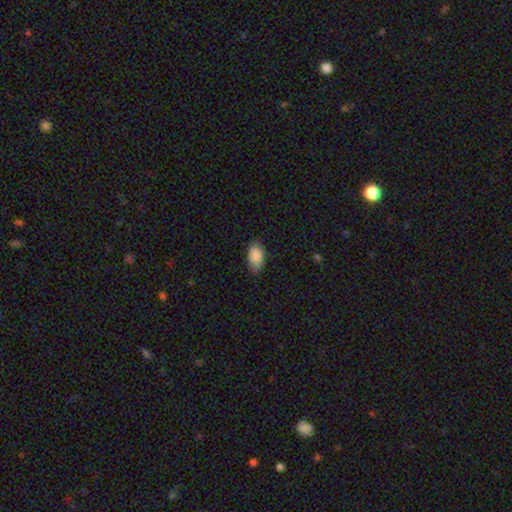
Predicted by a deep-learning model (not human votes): smooth_or_featured: smooth (p=0.88) [alt: star or artifact p=0.07]
how_rounded: in between (p=0.93) [alt: round p=0.05]
merging: none (p=0.76) [alt: minor disturbance p=0.19]